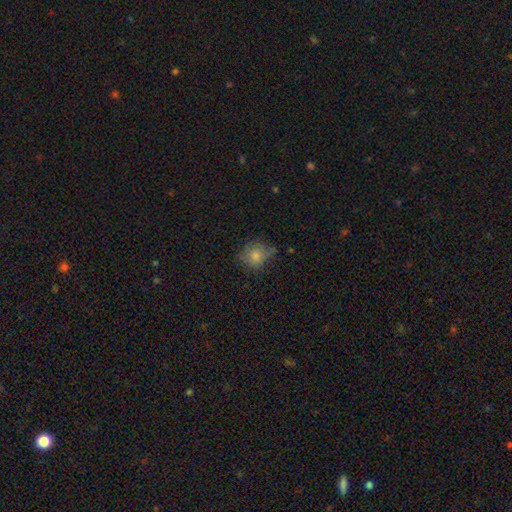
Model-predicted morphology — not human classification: smooth_or_featured: smooth (p=0.75) [alt: star or artifact p=0.13]
how_rounded: round (p=0.75) [alt: in between p=0.24]
merging: none (p=0.66) [alt: minor disturbance p=0.26]